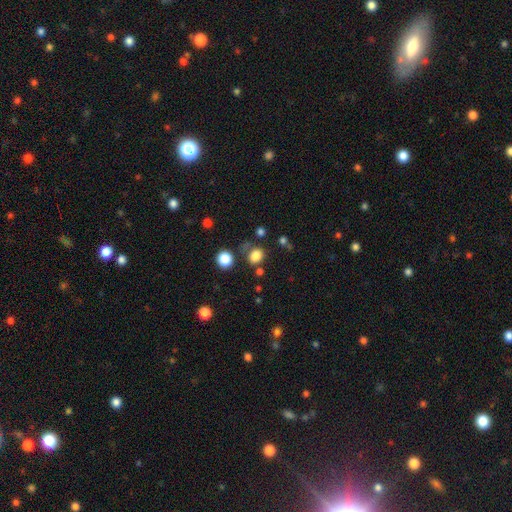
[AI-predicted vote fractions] smooth 81%, star or artifact 14%, featured or disk 5%. Down the decision tree: how rounded — round (57%); merging — none (72%).